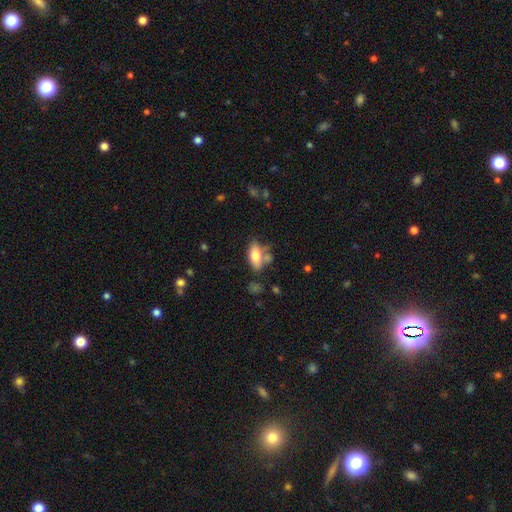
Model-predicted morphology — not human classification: type=smooth (75%); roundness=in between (84%); merging=none (57%).